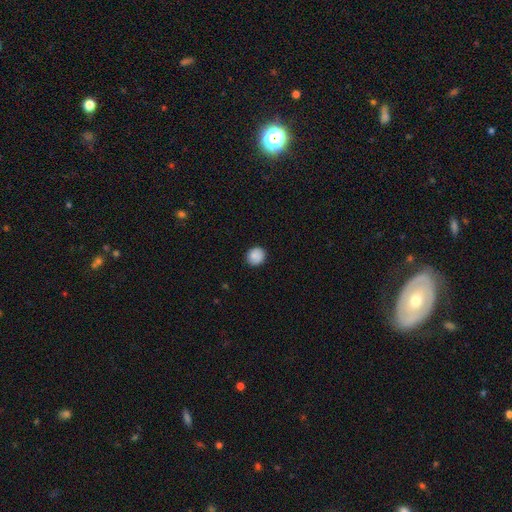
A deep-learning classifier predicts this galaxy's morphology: Smooth or featured: smooth — 86% (star or artifact — 8%)
How rounded: round — 80% (in between — 19%)
Merging: none — 87% (minor disturbance — 10%)